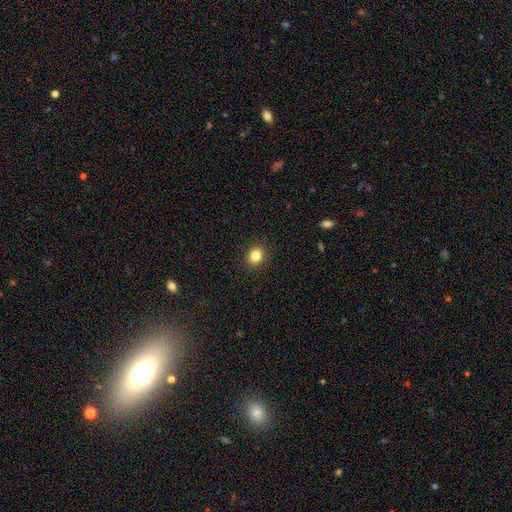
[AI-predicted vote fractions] Smooth or featured: smooth — 84% (star or artifact — 11%)
How rounded: round — 64% (in between — 35%)
Merging: none — 91% (minor disturbance — 6%)